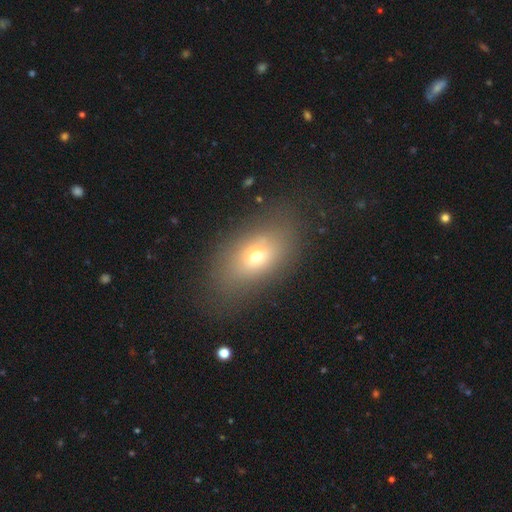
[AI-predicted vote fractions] Smooth or featured? smooth (64%)
How rounded? in between (82%)
Merging? none (77%)